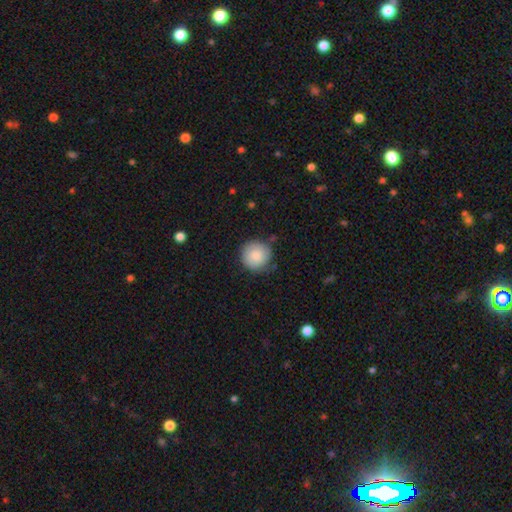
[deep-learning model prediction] smooth_or_featured: smooth (p=0.86) [alt: featured or disk p=0.07]
how_rounded: round (p=0.95) [alt: in between p=0.04]
merging: none (p=0.82) [alt: minor disturbance p=0.14]